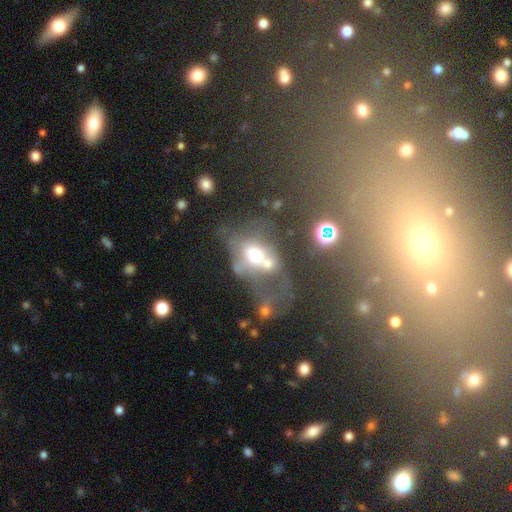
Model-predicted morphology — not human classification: smooth-or-featured: smooth: 43% | featured or disk: 39% | star or artifact: 18%
  merging: merger: 53% | major disturbance: 26% | none: 13% | minor disturbance: 8%